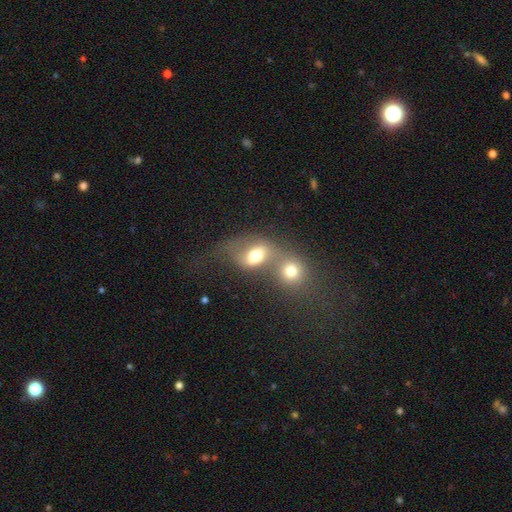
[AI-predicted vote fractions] smooth 63%, featured or disk 26%, star or artifact 11%. Down the decision tree: how rounded — in between (62%); merging — merger (68%).